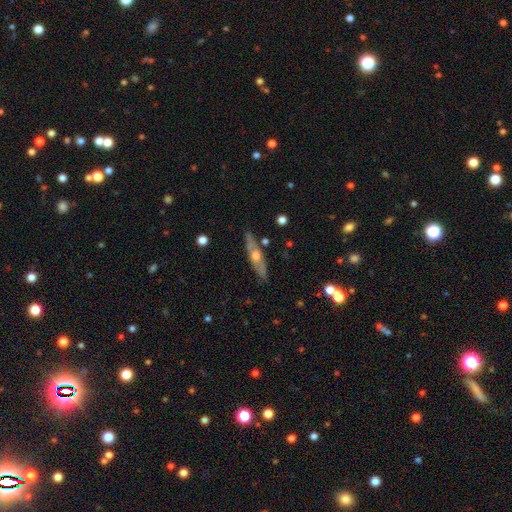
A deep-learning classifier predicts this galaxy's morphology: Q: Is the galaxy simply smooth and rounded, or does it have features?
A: featured or disk — 64%.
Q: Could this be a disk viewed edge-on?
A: yes — 81%.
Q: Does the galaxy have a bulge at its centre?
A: rounded — 90%.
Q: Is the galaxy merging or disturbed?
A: none — 84%.